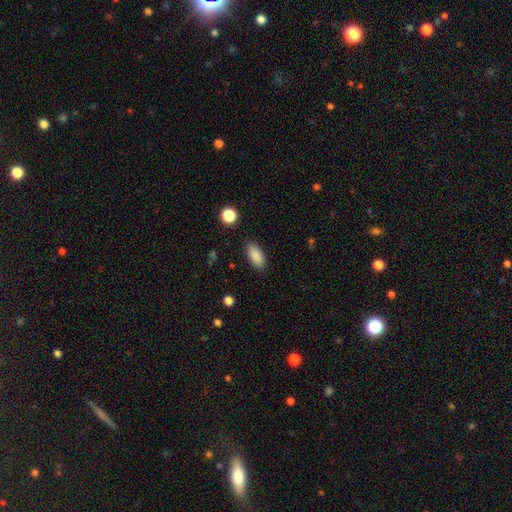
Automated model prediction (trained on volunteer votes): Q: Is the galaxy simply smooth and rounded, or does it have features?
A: smooth — 89%.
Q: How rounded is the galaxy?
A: in between — 86%.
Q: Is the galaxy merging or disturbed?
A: none — 87%.